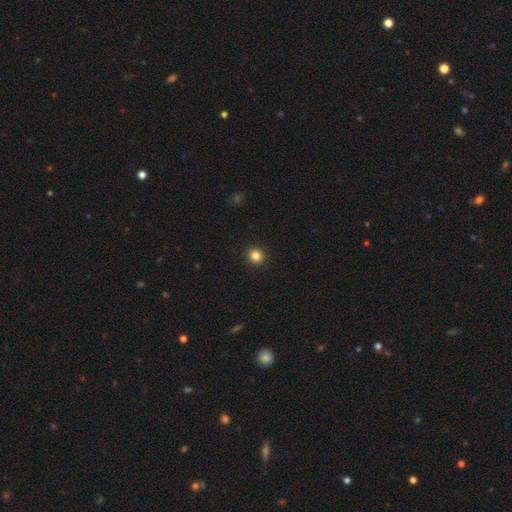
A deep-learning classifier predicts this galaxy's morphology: A smooth galaxy with no disk features (85%) that is round (91%).

Vote fractions:
- Smooth or featured? smooth: 85% / star or artifact: 11% / featured or disk: 4%
- How rounded? round: 91% / in between: 8% / cigar-shaped: 1%
- Merging? none: 93% / minor disturbance: 5% / major disturbance: 2% / merger: 1%